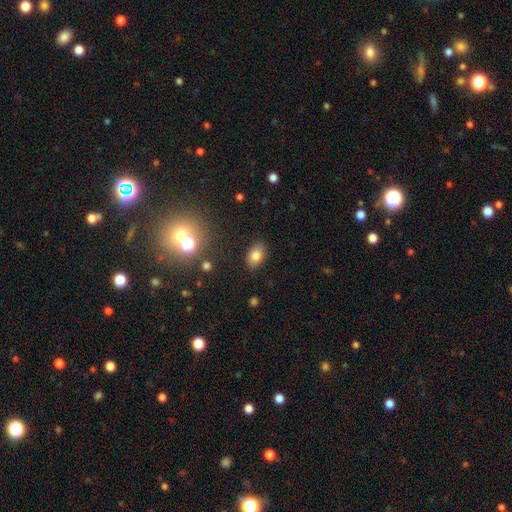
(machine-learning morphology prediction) smooth 79%, star or artifact 12%, featured or disk 10%. Down the decision tree: how rounded — in between (85%); merging — none (85%).